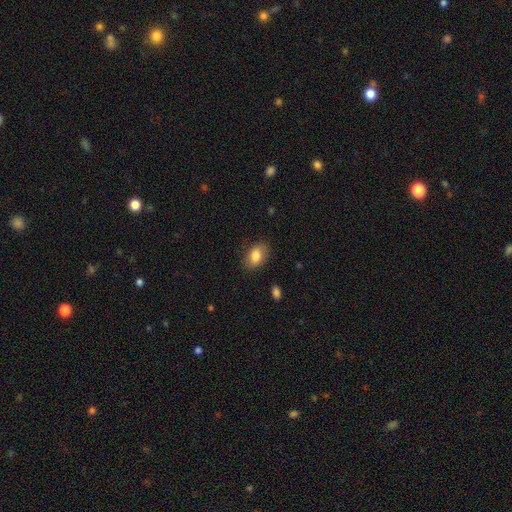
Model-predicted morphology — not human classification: A smooth galaxy with no disk features (84%) that is in between round and cigar-shaped (85%).

Vote fractions:
- Smooth or featured? smooth: 84% / featured or disk: 9% / star or artifact: 8%
- How rounded? in between: 85% / round: 13% / cigar-shaped: 1%
- Merging? none: 83% / minor disturbance: 12% / major disturbance: 3% / merger: 1%